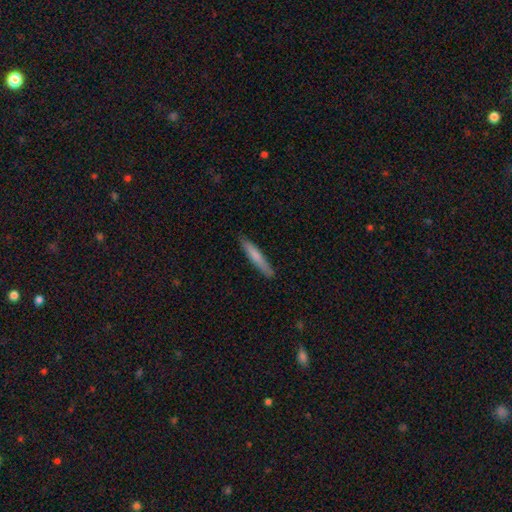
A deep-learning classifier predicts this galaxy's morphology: This is likely a smooth galaxy (73%). How rounded: clearly cigar-shaped (93%). Merging: clearly none (88%).